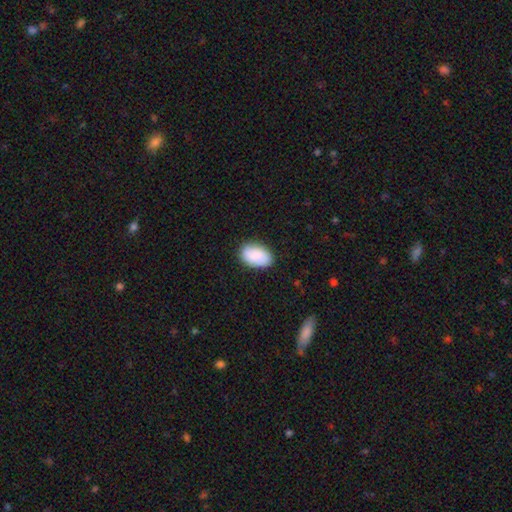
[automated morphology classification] Smooth or featured? smooth (78%)
How rounded? in between (89%)
Merging? none (83%)